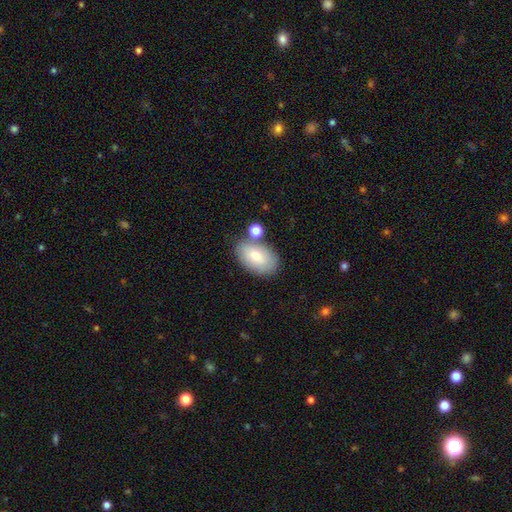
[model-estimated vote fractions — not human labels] Q: Smooth or featured?
A: smooth (73%); runner-up: featured or disk (19%)
Q: How rounded?
A: in between (91%); runner-up: round (8%)
Q: Merging?
A: none (70%); runner-up: minor disturbance (14%)